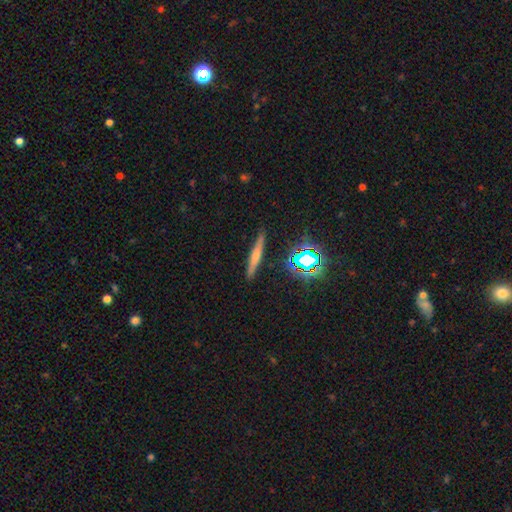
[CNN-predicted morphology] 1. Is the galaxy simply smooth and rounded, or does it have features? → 48% featured or disk, 35% smooth, 17% star or artifact.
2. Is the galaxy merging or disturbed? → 88% none, 8% minor disturbance, 2% major disturbance, 2% merger.